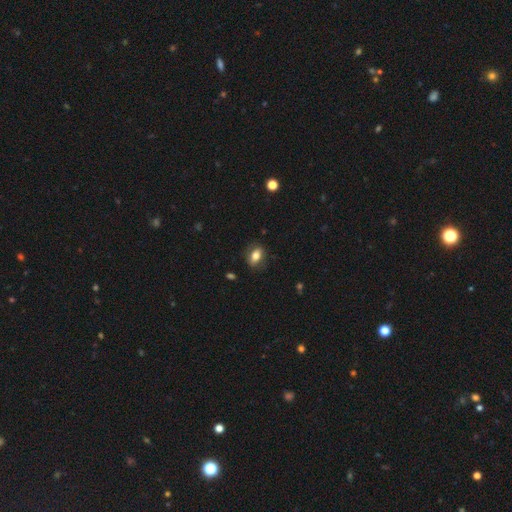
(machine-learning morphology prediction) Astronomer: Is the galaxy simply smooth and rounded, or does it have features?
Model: smooth — 75%.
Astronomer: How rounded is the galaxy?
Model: in between — 81%.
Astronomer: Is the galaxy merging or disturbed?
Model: none — 83%.